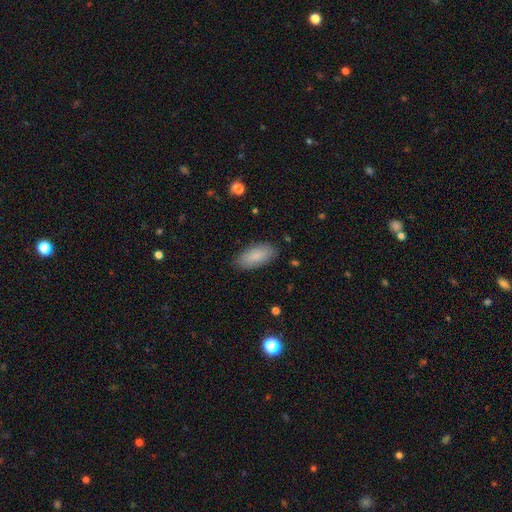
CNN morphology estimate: The model was most divided on "merging": none: 86%, minor disturbance: 11%, major disturbance: 2%, merger: 1%. More confident: how rounded — in between (89%); smooth or featured — smooth (86%).